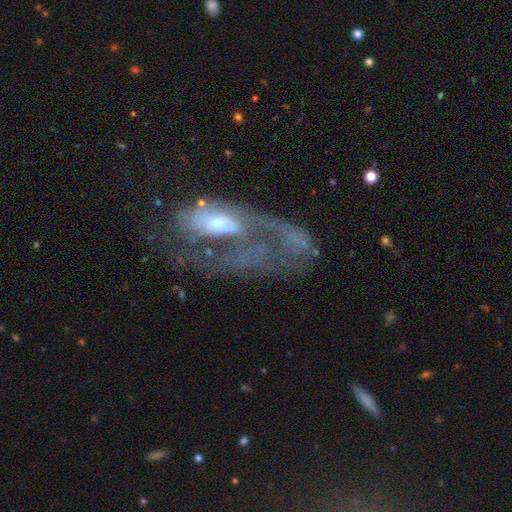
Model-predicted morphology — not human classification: The model was most divided on "bulge size": small: 47%, moderate: 41%, large: 6%, none: 4%, dominant: 2%. More confident: edge-on disk — no (93%); smooth or featured — featured or disk (72%); bar — no (65%); spiral arms — yes (63%); merging — major disturbance (54%).